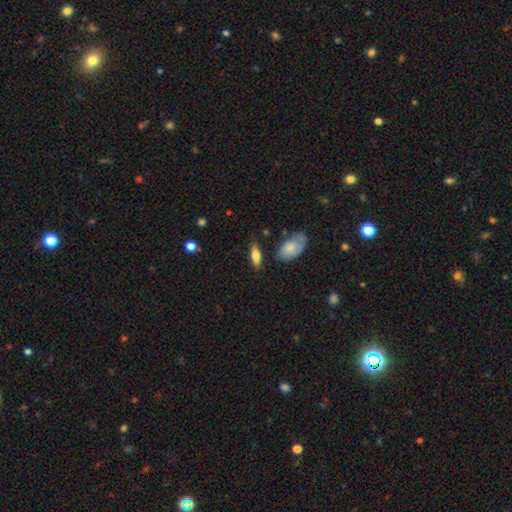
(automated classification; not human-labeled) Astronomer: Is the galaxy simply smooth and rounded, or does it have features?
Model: smooth — 72%.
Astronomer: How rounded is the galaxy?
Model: in between — 66%.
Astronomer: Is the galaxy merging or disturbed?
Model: none — 78%.